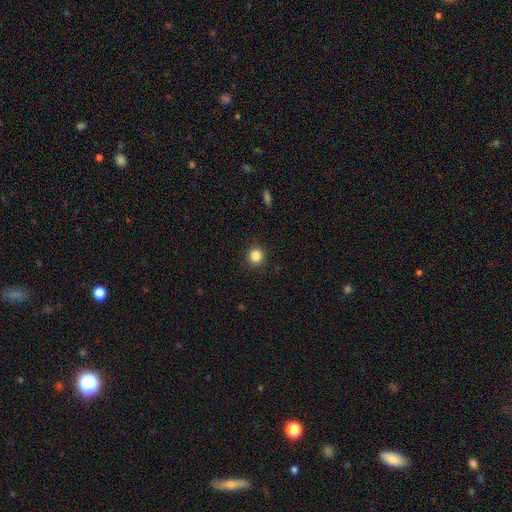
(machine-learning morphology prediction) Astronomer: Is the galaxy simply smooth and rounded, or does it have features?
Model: smooth — 85%.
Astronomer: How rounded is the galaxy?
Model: round — 91%.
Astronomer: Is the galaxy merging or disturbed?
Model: none — 91%.